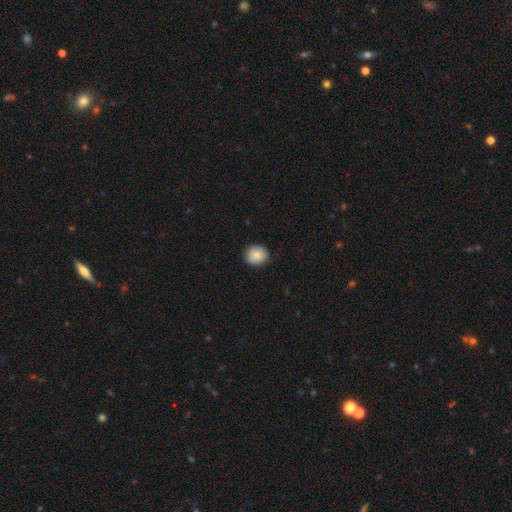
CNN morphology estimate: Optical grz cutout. It shows a smooth galaxy with no disk features (84%) that is round (82%). Merging: none (90%).